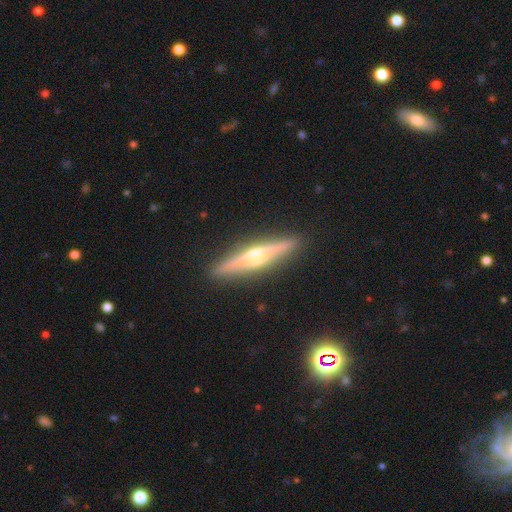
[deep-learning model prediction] smooth_or_featured: featured or disk (p=0.76) [alt: smooth p=0.18]
disk_edge_on: yes (p=0.97) [alt: no p=0.03]
edge_on_bulge: rounded (p=0.87) [alt: boxy p=0.07]
merging: none (p=0.91) [alt: minor disturbance p=0.06]